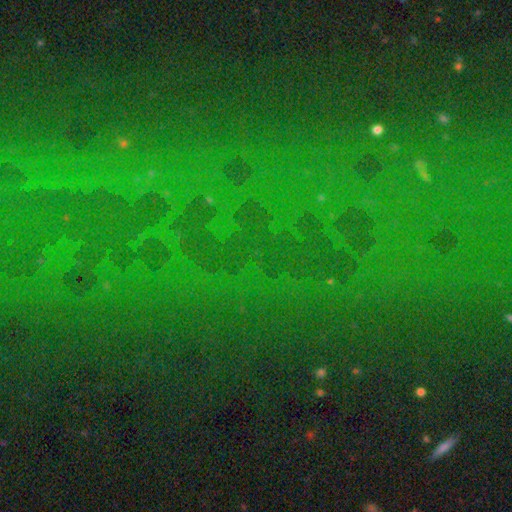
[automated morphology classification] Q: Smooth or featured?
A: star or artifact (79%); runner-up: smooth (12%)